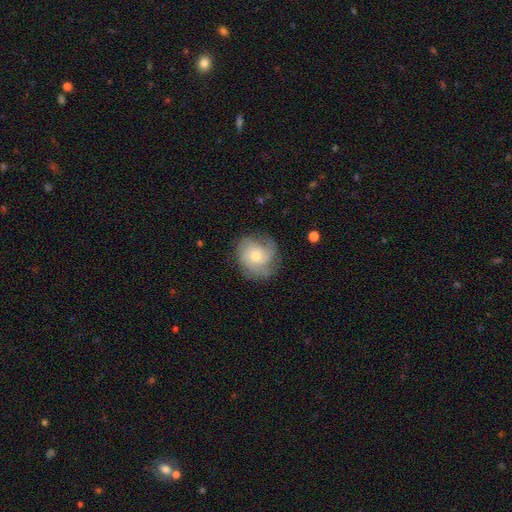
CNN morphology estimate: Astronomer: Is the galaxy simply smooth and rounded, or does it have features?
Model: featured or disk — 63%.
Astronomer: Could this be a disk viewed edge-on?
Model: no — 98%.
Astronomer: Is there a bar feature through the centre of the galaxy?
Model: no — 79%.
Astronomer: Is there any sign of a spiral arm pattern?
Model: yes — 90%.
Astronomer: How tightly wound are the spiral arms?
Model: tight — 47% (runner-up: medium, 38%).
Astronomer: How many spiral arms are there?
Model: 3 — 31% (runner-up: can't tell, 27%).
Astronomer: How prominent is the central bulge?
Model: moderate — 49% (runner-up: small, 45%).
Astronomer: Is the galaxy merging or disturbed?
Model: none — 70%.